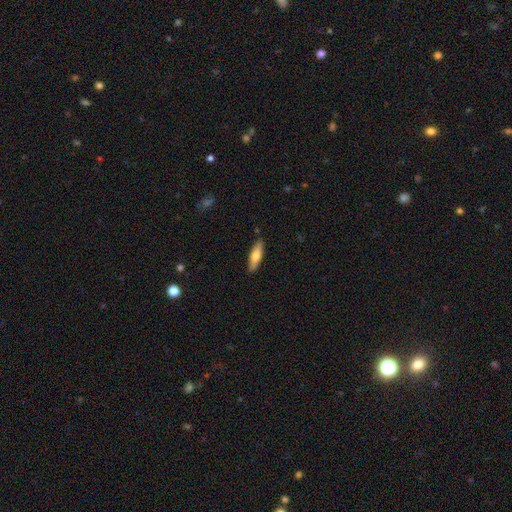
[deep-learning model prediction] This appears to be a smooth galaxy with no disk features (72%) that is cigar-shaped (56%). Merging: none (88%).